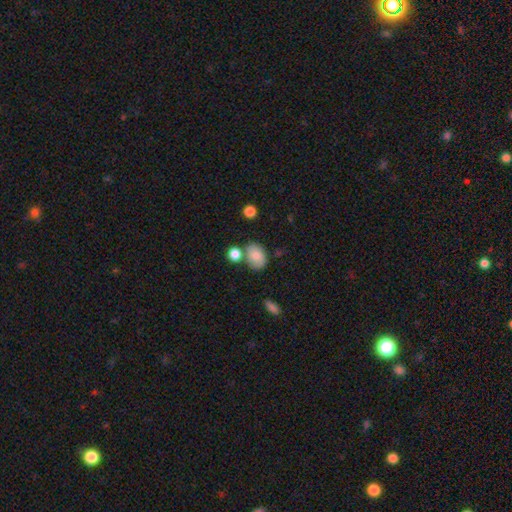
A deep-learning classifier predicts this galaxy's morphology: Q: Smooth or featured?
A: smooth (79%); runner-up: featured or disk (13%)
Q: How rounded?
A: in between (73%); runner-up: round (26%)
Q: Merging?
A: none (60%); runner-up: merger (17%)